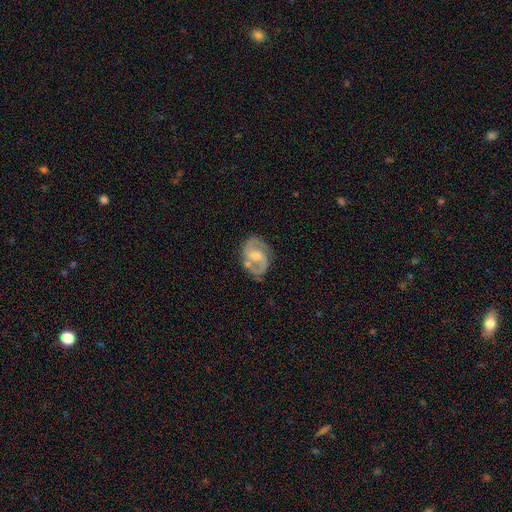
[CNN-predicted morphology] Overall: featured or disk (85%). Edge-on disk: no (97%). Bar: weak (47%; no 38%). Spiral arms: yes (95%). Spiral arm count: 2 (90%). Spiral winding: medium (55%; tight 23%). Bulge size: moderate (52%; small 42%). Merging: none (75%).